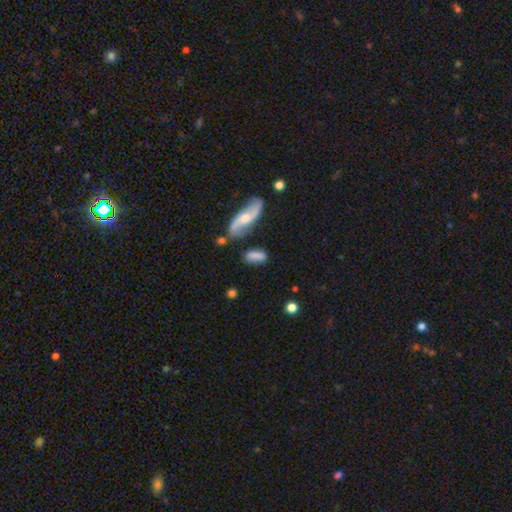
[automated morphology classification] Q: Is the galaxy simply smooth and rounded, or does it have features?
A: smooth — 65%.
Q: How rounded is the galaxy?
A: in between — 80%.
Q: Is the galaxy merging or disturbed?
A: none — 60%.